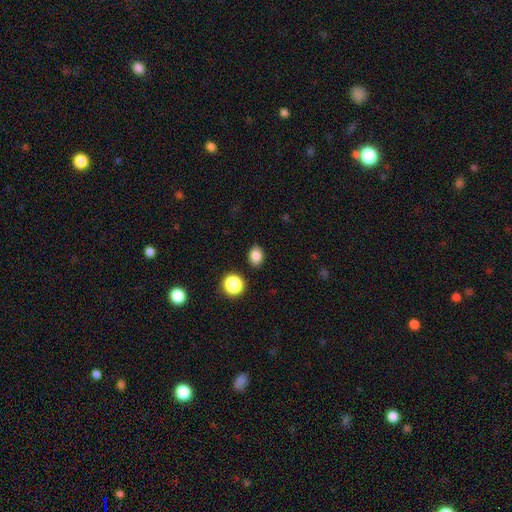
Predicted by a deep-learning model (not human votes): The model was most divided on "how rounded": in between: 60%, round: 39%, cigar-shaped: 1%. More confident: merging — none (86%); smooth or featured — smooth (84%).